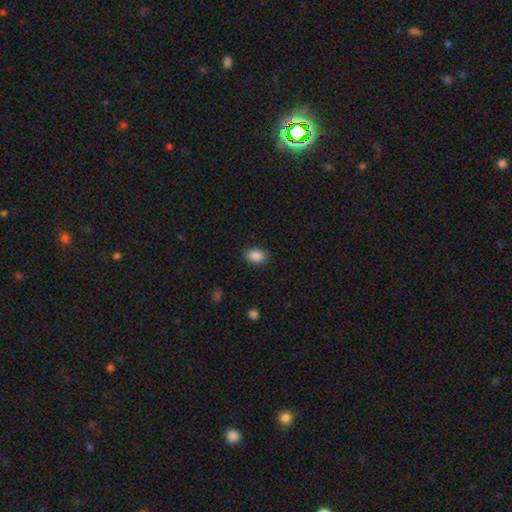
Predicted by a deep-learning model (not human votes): Smooth or featured?
  - smooth: 89% *
  - star or artifact: 8%
  - featured or disk: 3%
How rounded?
  - in between: 84% *
  - round: 15%
  - cigar-shaped: 1%
Merging?
  - none: 88% *
  - minor disturbance: 8%
  - major disturbance: 2%
  - merger: 1%